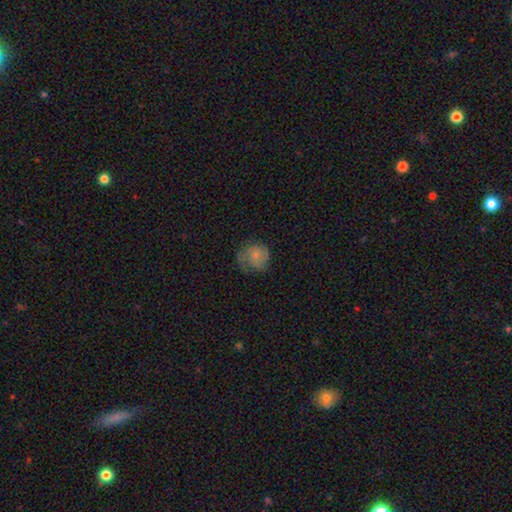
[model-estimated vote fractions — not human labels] The model was most divided on "merging": none: 50%, minor disturbance: 29%, major disturbance: 20%, merger: 2%. More confident: how rounded — round (78%); smooth or featured — smooth (63%).